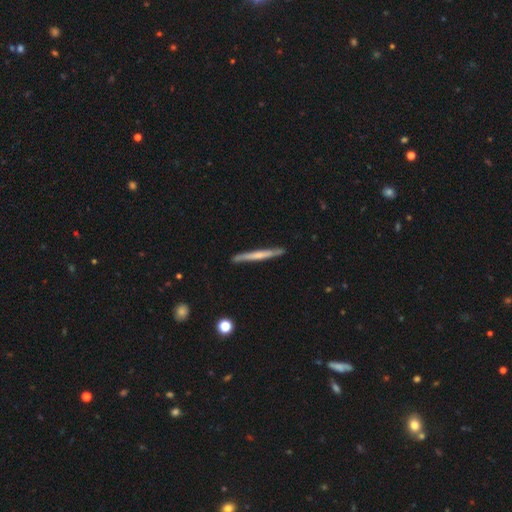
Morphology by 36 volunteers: Volunteers were most divided on "edge-on bulge": none: 44%, rounded: 32%, boxy: 24%. More confident: merging — none (97%); edge-on disk — yes (93%); smooth or featured — featured or disk (75%).